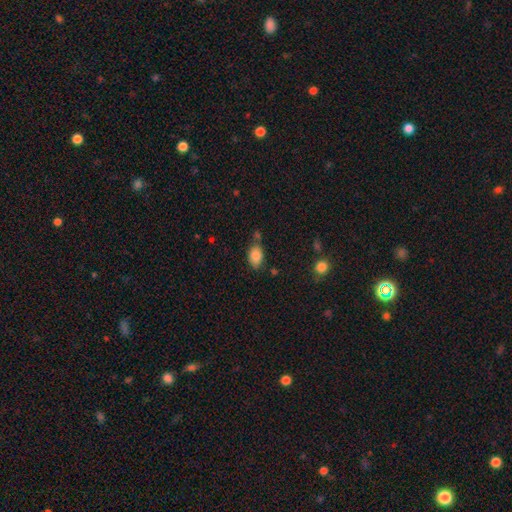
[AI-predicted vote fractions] smooth-or-featured: smooth: 85% | star or artifact: 8% | featured or disk: 7%
  how-rounded: in between: 88% | round: 10% | cigar-shaped: 2%
  merging: none: 64% | minor disturbance: 19% | merger: 12% | major disturbance: 5%